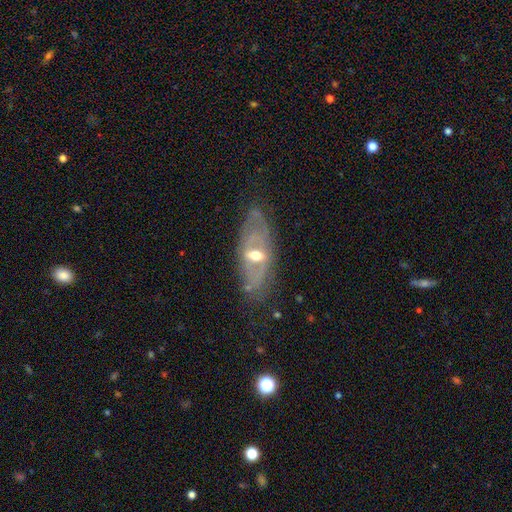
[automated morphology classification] Smooth or featured? Predicted: featured or disk (p=0.74). Edge-on disk? Predicted: no (p=0.77). Bar? Predicted: weak (p=0.40). Spiral arms? Predicted: no (p=0.57). Bulge size? Predicted: moderate (p=0.70). Merging? Predicted: none (p=0.70).